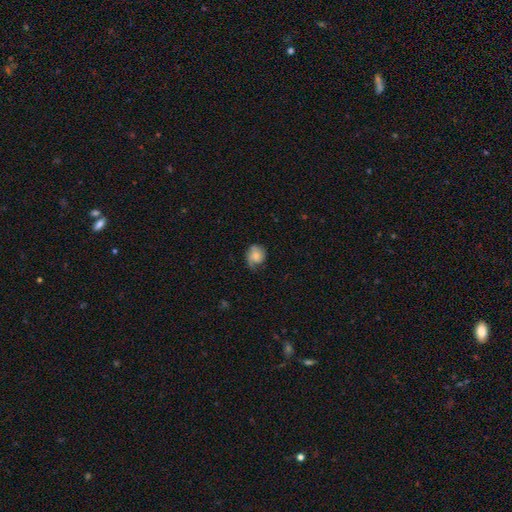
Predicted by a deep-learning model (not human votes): Smooth or featured: smooth — 54% (featured or disk — 38%)
How rounded: round — 64% (in between — 35%)
Merging: none — 59% (minor disturbance — 28%)